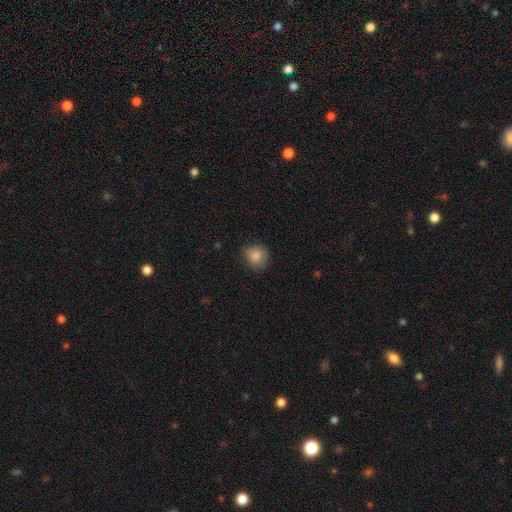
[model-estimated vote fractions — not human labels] Overall: smooth (85%). How rounded: round (82%). Merging: none (72%).